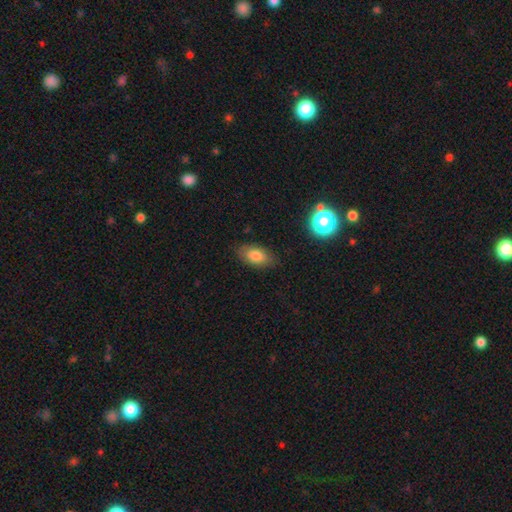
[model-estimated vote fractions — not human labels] Smooth or featured? smooth (80%)
How rounded? in between (90%)
Merging? none (82%)